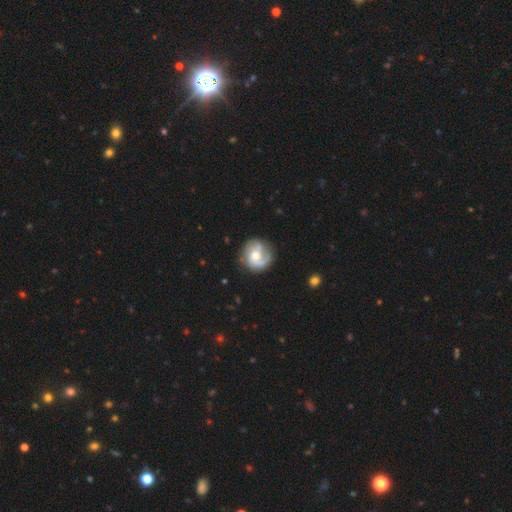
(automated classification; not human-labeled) A featured or disk galaxy (70%) with no bar (62%), 2 (56%) medium (42%) spiral arms (90%) and a moderate central bulge (65%). Merging: none (73%).